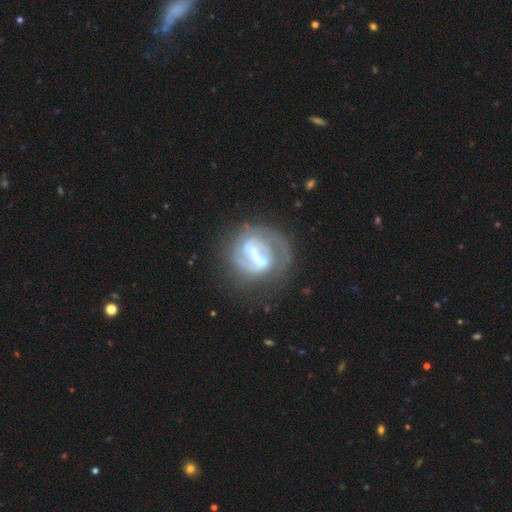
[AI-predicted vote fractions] smooth_or_featured: featured or disk (p=0.78) [alt: smooth p=0.14]
disk_edge_on: no (p=0.97) [alt: yes p=0.03]
bar: strong (p=0.66) [alt: weak p=0.24]
has_spiral_arms: yes (p=0.76) [alt: no p=0.24]
spiral_winding: tight (p=0.47) [alt: medium p=0.36]
spiral_arm_count: 2 (p=0.54) [alt: can't tell p=0.22]
bulge_size: none (p=0.33) [alt: small p=0.25]
merging: none (p=0.57) [alt: major disturbance p=0.20]